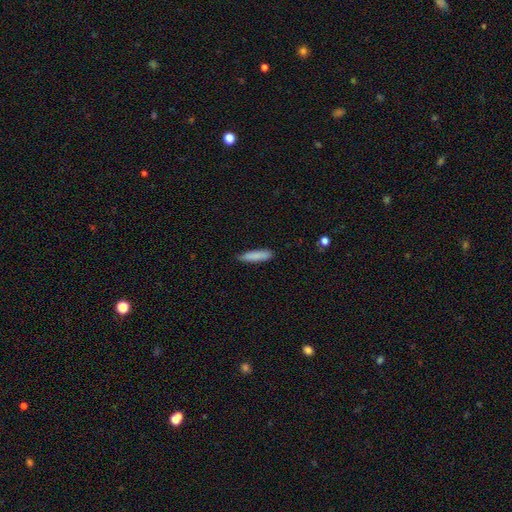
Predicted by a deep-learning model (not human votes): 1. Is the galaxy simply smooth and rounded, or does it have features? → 85% smooth, 9% featured or disk, 6% star or artifact.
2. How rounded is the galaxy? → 83% cigar-shaped, 16% in between, 1% round.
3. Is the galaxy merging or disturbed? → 83% none, 14% minor disturbance, 2% major disturbance, 1% merger.